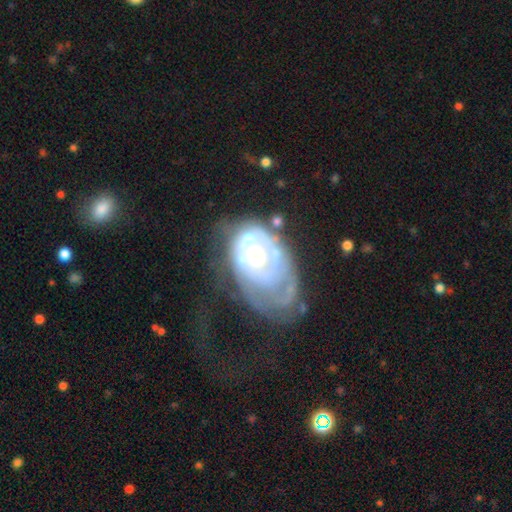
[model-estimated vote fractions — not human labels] Overall: featured or disk (75%). Edge-on disk: no (96%). Bar: no (84%). Spiral arms: yes (60%; no 40%). Bulge size: moderate (67%). Merging: major disturbance (40%; none 29%).